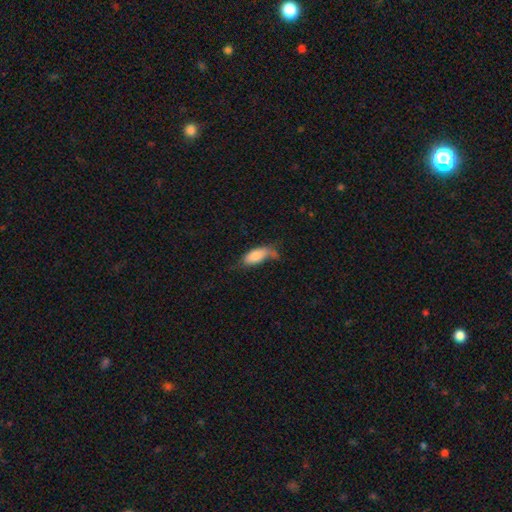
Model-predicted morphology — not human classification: This is likely a smooth galaxy (78%). How rounded: clearly in between (83%). Merging: marginally none (34%, tied with minor disturbance).